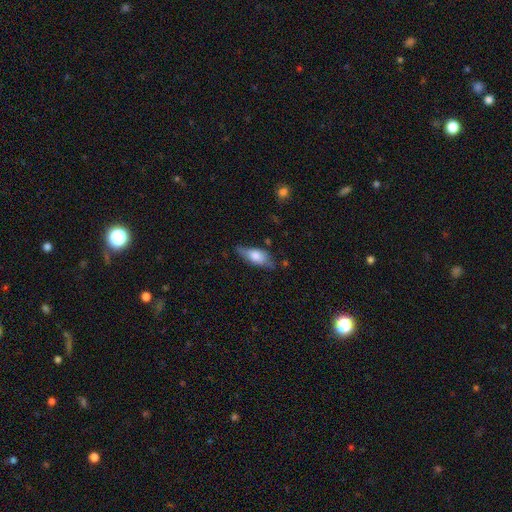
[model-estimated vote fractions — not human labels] A smooth galaxy with no disk features (60%) that is in between round and cigar-shaped (75%).

Vote fractions:
- Smooth or featured? smooth: 60% / featured or disk: 34% / star or artifact: 7%
- How rounded? in between: 75% / cigar-shaped: 22% / round: 4%
- Merging? none: 62% / minor disturbance: 28% / major disturbance: 7% / merger: 2%